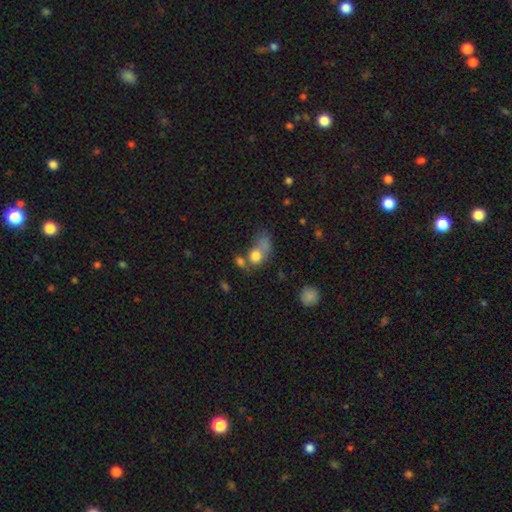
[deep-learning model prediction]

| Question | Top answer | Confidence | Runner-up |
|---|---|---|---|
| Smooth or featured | smooth | 74% | featured or disk (14%) |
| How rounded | round | 49% | tied: in between (49%) |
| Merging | merger | 42% | none (25%) |